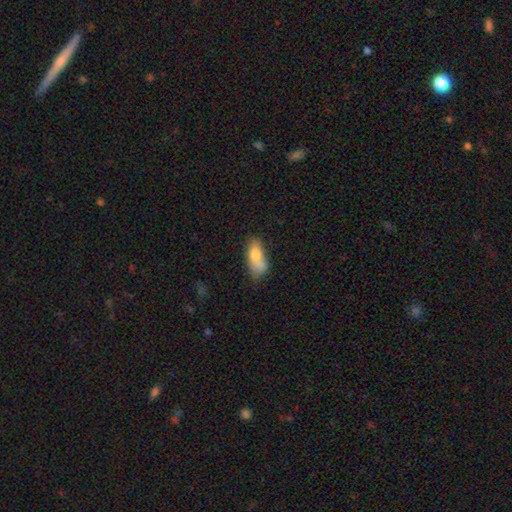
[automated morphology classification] This is likely a smooth galaxy (72%). How rounded: clearly in between (81%). Merging: marginally none (40%).